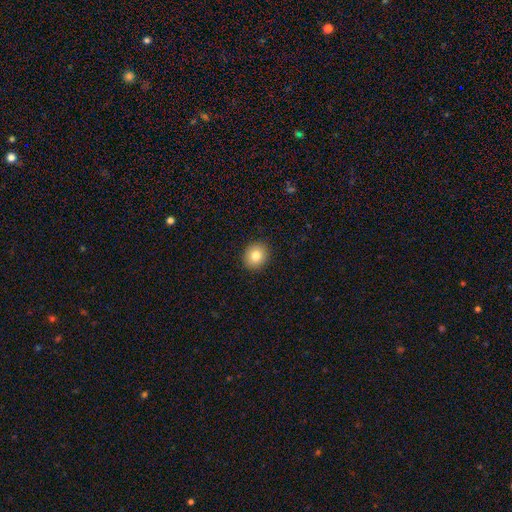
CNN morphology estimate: smooth 80%, star or artifact 10%, featured or disk 10%. Down the decision tree: how rounded — round (78%); merging — none (91%).